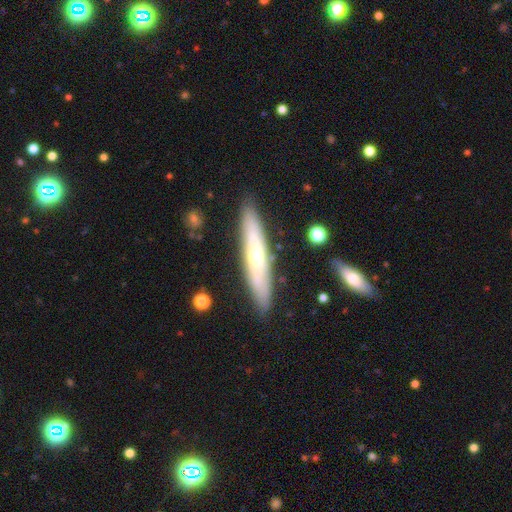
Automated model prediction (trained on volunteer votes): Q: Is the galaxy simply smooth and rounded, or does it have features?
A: featured or disk — 55%.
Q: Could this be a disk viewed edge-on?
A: yes — 75%.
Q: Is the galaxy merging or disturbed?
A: none — 86%.